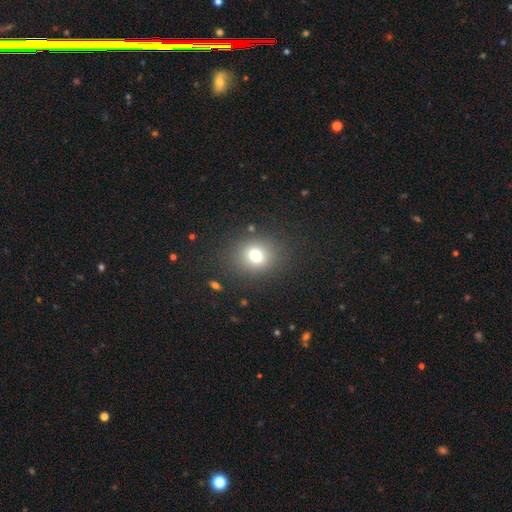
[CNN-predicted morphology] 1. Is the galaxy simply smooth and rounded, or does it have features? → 73% smooth, 15% star or artifact, 11% featured or disk.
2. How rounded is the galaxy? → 75% round, 25% in between, 1% cigar-shaped.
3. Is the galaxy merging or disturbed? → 85% none, 8% minor disturbance, 5% major disturbance, 2% merger.